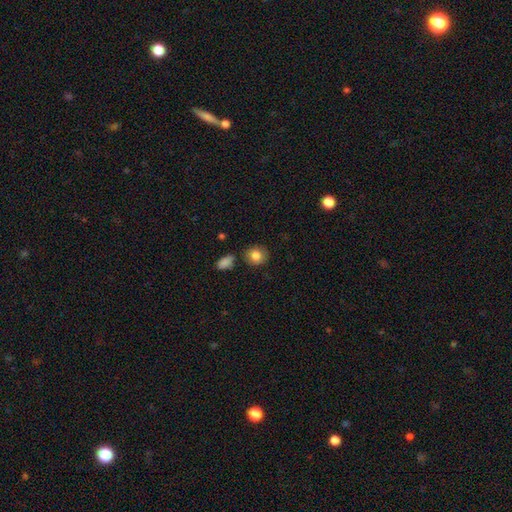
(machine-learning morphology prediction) Smooth or featured? Predicted: smooth (p=0.84). How rounded? Predicted: round (p=0.81). Merging? Predicted: none (p=0.82).